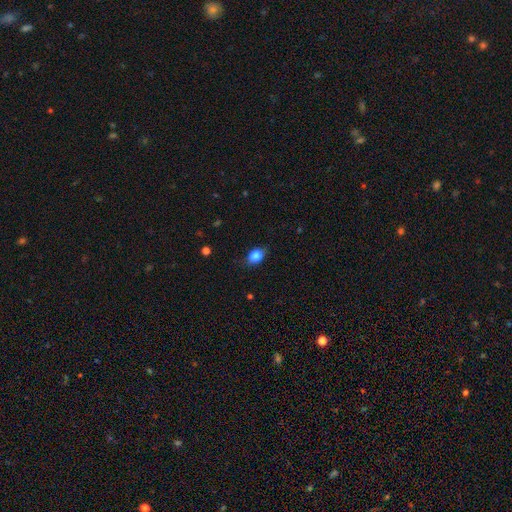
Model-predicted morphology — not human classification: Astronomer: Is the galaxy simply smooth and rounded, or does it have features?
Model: smooth — 84%.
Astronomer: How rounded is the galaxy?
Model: in between — 77%.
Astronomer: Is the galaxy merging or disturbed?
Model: none — 75%.